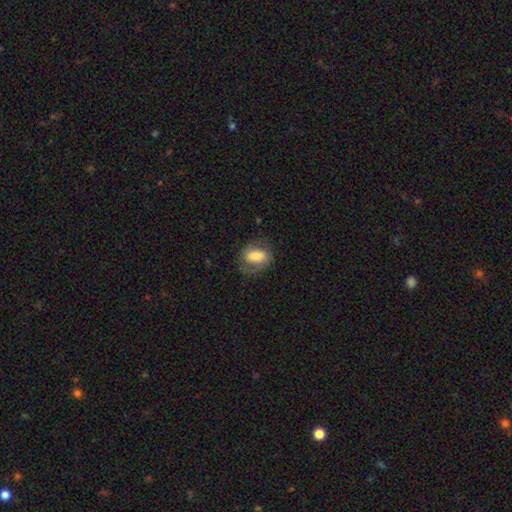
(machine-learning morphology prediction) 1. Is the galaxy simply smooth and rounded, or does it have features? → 61% smooth, 31% featured or disk, 8% star or artifact.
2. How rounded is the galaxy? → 74% in between, 24% round, 2% cigar-shaped.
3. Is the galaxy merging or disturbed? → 64% none, 21% minor disturbance, 13% major disturbance, 1% merger.